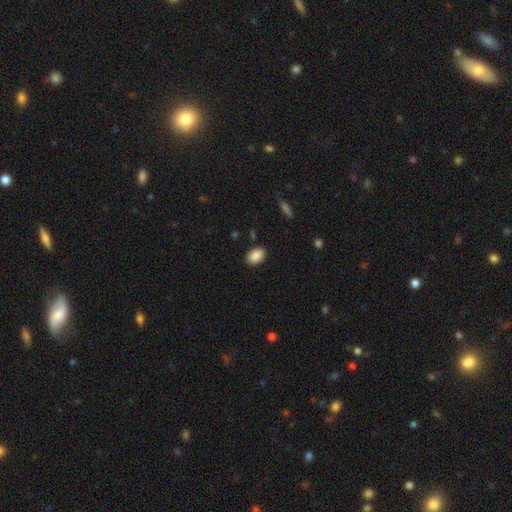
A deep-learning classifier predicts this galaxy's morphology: This appears to be a smooth galaxy with no disk features (89%) that is in between round and cigar-shaped (86%). Merging: none (87%).